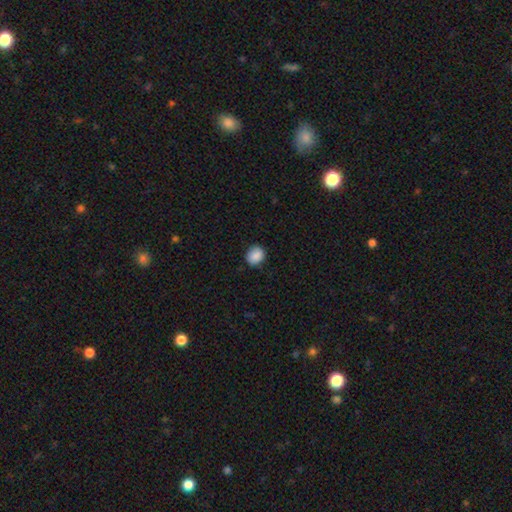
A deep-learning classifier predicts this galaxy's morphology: smooth 89%, star or artifact 8%, featured or disk 3%. Down the decision tree: how rounded — round (73%); merging — none (86%).